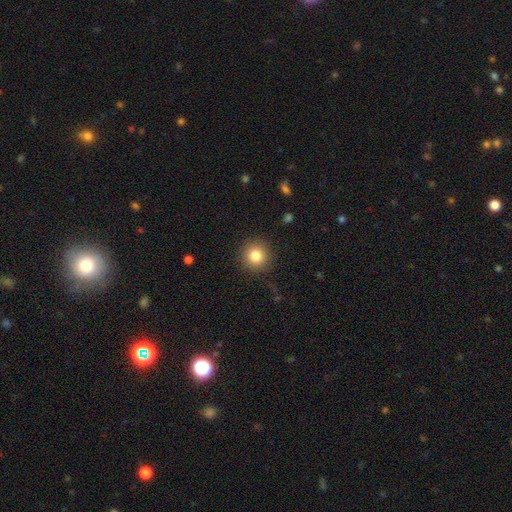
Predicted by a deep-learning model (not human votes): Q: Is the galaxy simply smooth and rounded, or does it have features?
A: smooth — 83%.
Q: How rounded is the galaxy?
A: round — 94%.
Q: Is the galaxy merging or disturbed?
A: none — 90%.